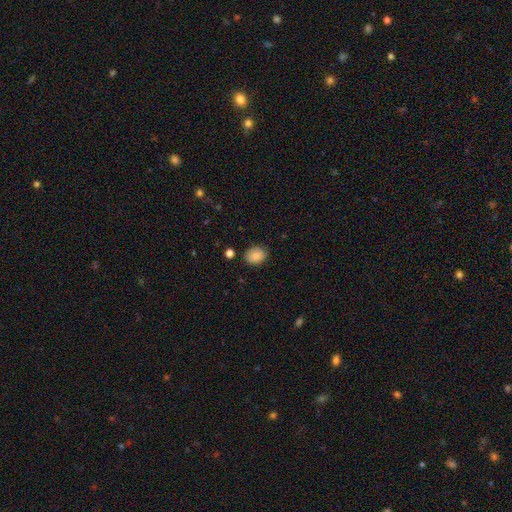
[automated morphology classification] This is clearly a smooth galaxy (87%). How rounded: possibly round (55%). Merging: clearly none (82%).